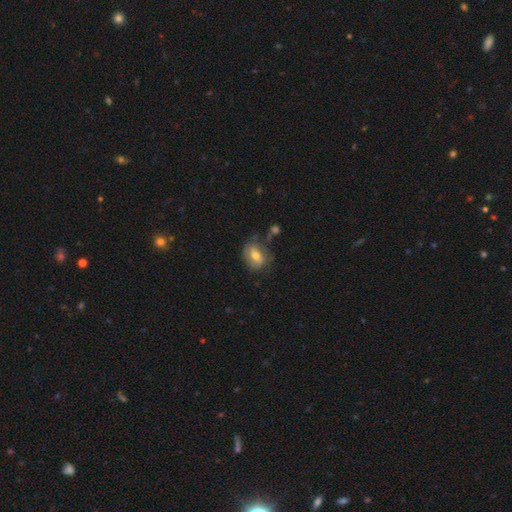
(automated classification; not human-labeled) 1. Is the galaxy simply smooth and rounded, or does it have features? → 55% smooth, 37% featured or disk, 8% star or artifact.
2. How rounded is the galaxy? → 64% in between, 33% round, 2% cigar-shaped.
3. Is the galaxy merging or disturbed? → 59% none, 25% minor disturbance, 11% major disturbance, 5% merger.